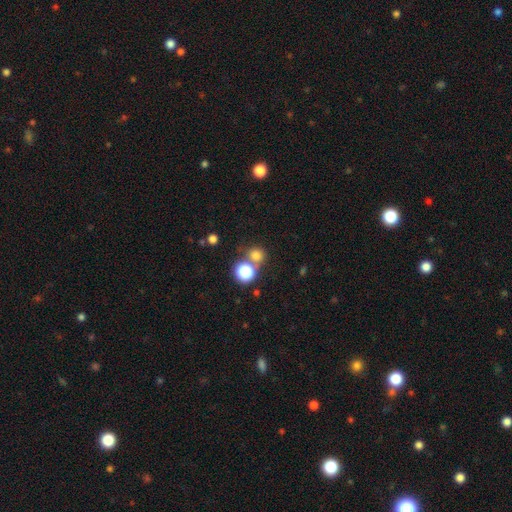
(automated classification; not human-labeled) Smooth or featured? Predicted: smooth (p=0.71). How rounded? Predicted: round (p=0.86). Merging? Predicted: none (p=0.64).